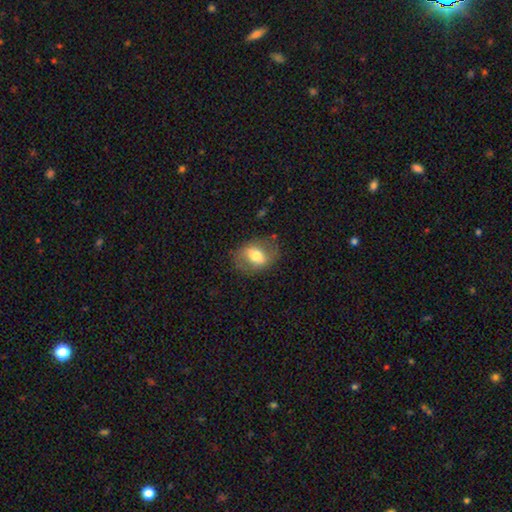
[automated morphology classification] Overall: smooth (57%; featured or disk 36%). How rounded: in between (71%). Merging: none (75%).